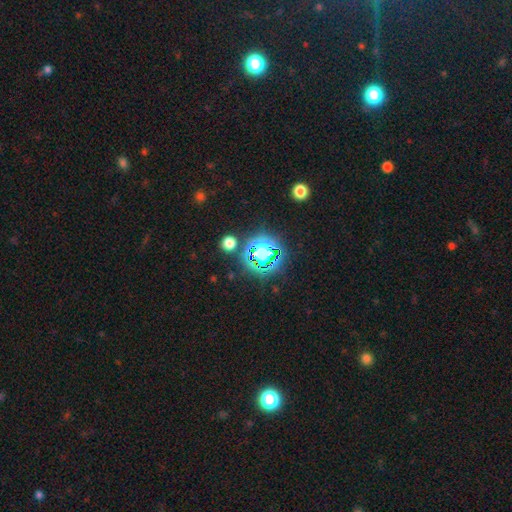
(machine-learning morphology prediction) This appears to be a star or artifact, not a galaxy (76%).